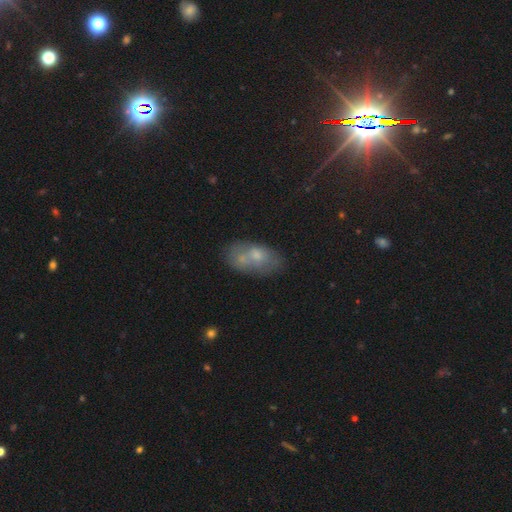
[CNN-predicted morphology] Overall: smooth (57%; featured or disk 31%). How rounded: in between (88%). Merging: none (48%; merger 26%).